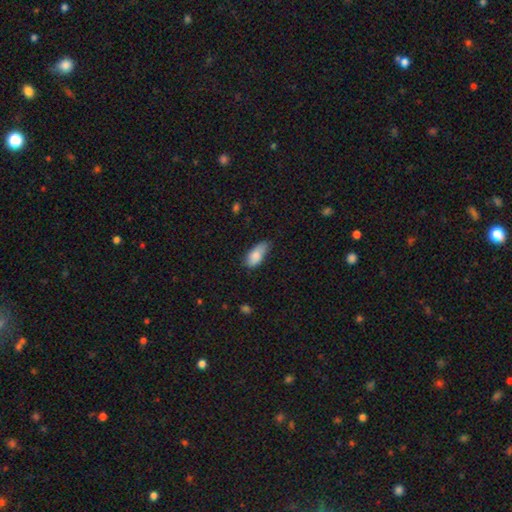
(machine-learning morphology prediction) Smooth or featured: smooth — 83% (featured or disk — 10%)
How rounded: in between — 88% (cigar-shaped — 9%)
Merging: none — 44% (minor disturbance — 42%)